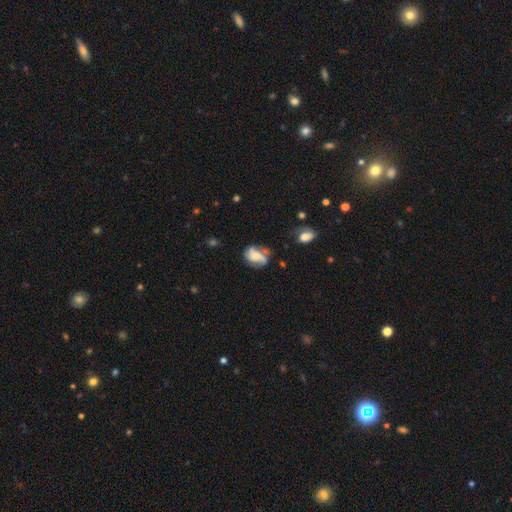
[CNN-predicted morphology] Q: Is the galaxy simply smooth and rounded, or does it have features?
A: featured or disk — 56%.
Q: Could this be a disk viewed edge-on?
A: no — 97%.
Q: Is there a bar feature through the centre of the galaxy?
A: no — 63%.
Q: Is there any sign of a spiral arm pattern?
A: yes — 79%.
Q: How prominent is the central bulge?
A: small — 38%.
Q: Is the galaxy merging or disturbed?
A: none — 45%.